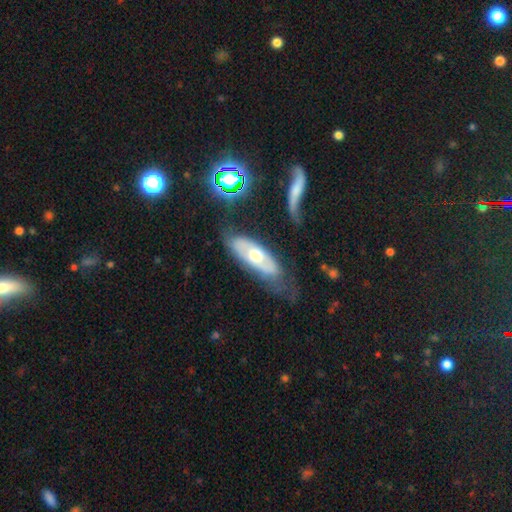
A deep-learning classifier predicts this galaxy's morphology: This is possibly a featured or disk galaxy (55%). It is likely not viewed edge-on (76%). Merging: possibly none (60%).